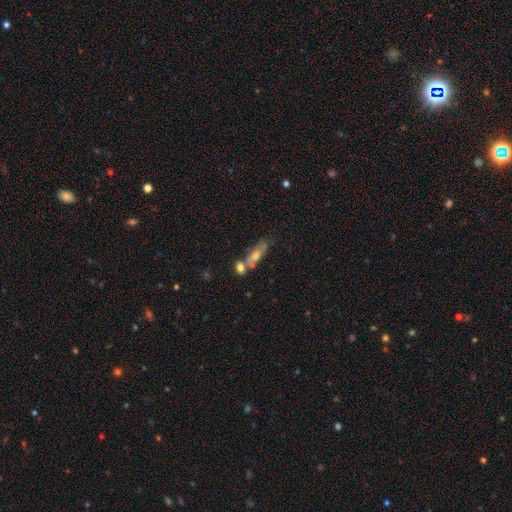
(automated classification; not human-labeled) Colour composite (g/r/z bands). It shows a smooth galaxy with no disk features (59%) that is in between round and cigar-shaped (56%). Merging: none (40%).